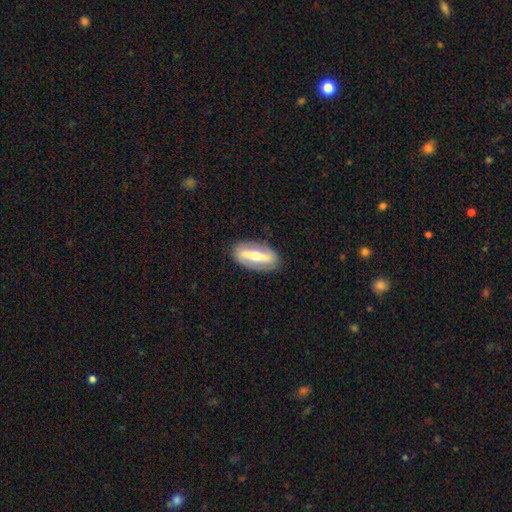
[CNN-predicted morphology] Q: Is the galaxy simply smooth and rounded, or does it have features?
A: featured or disk — 63%.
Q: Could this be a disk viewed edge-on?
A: no — 62%.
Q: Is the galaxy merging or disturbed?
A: none — 86%.